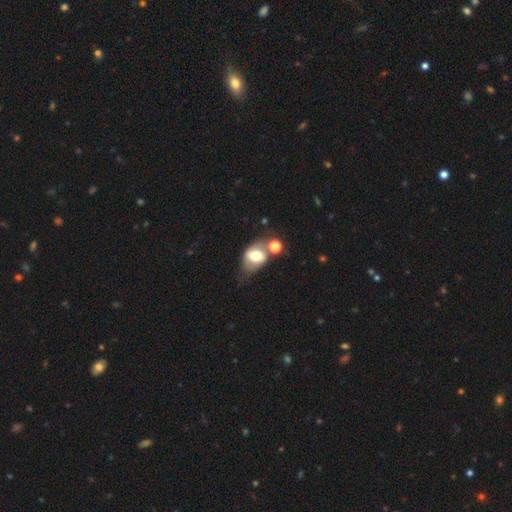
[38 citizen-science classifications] smooth_or_featured: smooth (p=0.63) [alt: featured or disk p=0.37]
how_rounded: in between (p=0.88) [alt: round p=0.12]
merging: minor disturbance (p=0.32) [alt: none p=0.26]